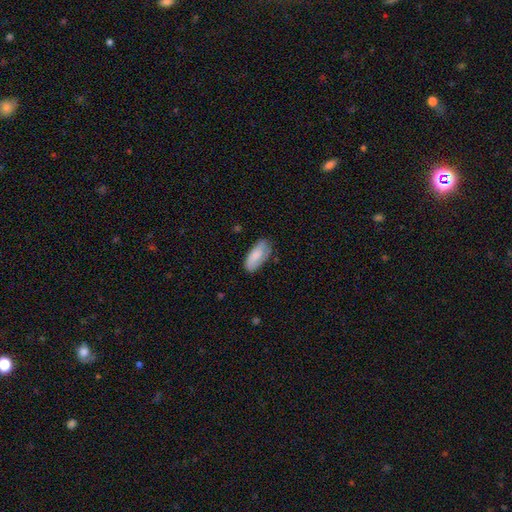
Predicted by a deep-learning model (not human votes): smooth_or_featured: smooth (p=0.75) [alt: featured or disk p=0.19]
how_rounded: in between (p=0.90) [alt: cigar-shaped p=0.08]
merging: none (p=0.67) [alt: minor disturbance p=0.25]